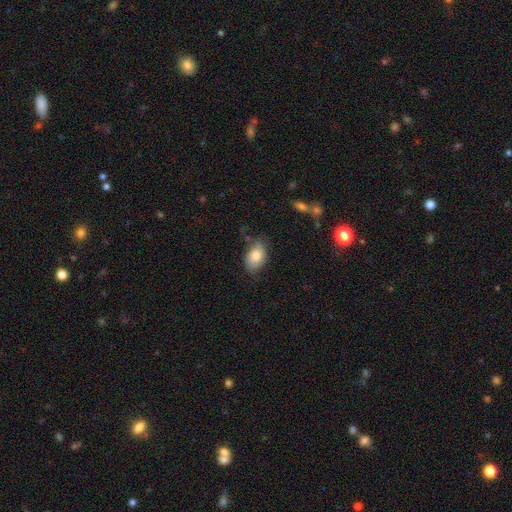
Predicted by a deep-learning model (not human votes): Morphology: type=smooth (80%); roundness=in between (88%); merging=none (66%).